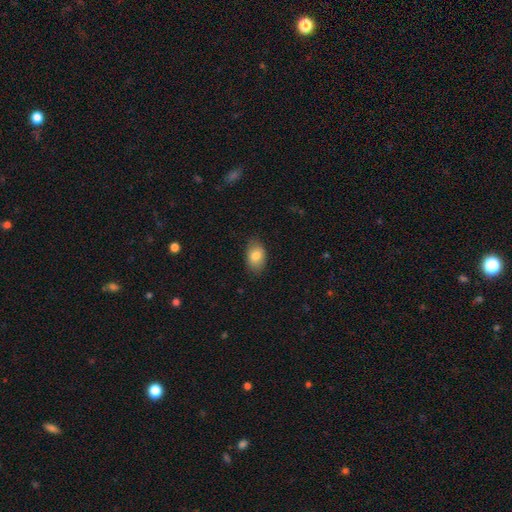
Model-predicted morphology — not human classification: Q: Smooth or featured?
A: smooth (82%); runner-up: featured or disk (11%)
Q: How rounded?
A: in between (87%); runner-up: round (12%)
Q: Merging?
A: none (83%); runner-up: minor disturbance (14%)